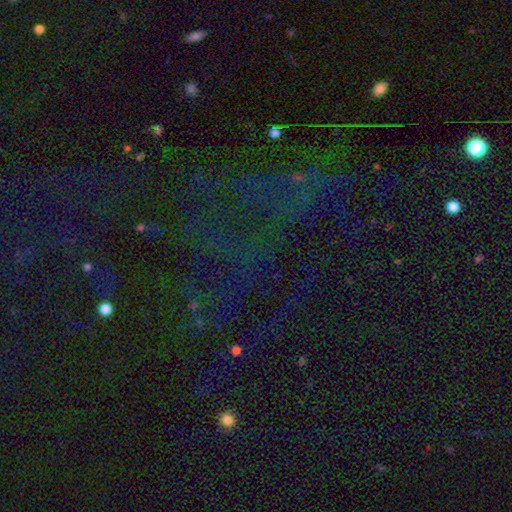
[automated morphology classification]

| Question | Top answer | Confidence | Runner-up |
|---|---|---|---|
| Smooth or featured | star or artifact | 74% | smooth (15%) |